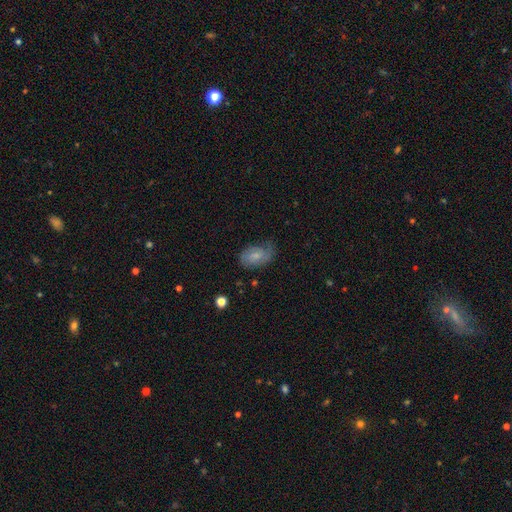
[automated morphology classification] A smooth galaxy with no disk features (47%).

Vote fractions:
- Smooth or featured? smooth: 47% / featured or disk: 45% / star or artifact: 8%
- Merging? none: 55% / minor disturbance: 29% / major disturbance: 14% / merger: 2%